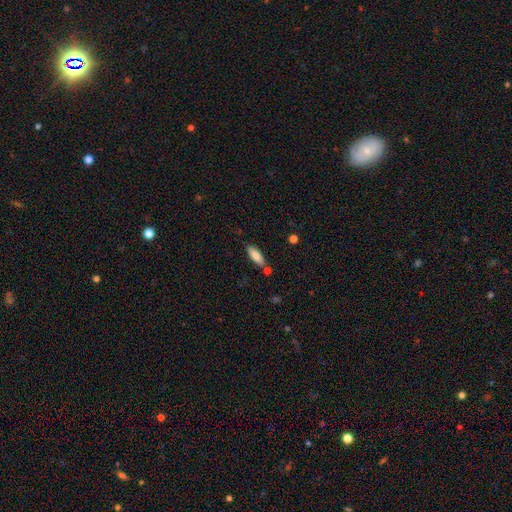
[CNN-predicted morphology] A smooth galaxy with no disk features (80%) that is in between round and cigar-shaped (54%).

Vote fractions:
- Smooth or featured? smooth: 80% / featured or disk: 14% / star or artifact: 6%
- How rounded? in between: 54% / cigar-shaped: 44% / round: 2%
- Merging? none: 77% / minor disturbance: 13% / merger: 8% / major disturbance: 3%